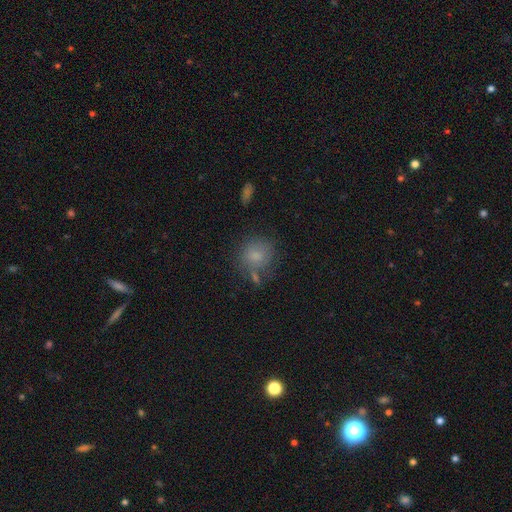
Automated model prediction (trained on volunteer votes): The model was most divided on "merging": none: 63%, minor disturbance: 19%, merger: 10%, major disturbance: 8%. More confident: how rounded — round (79%); smooth or featured — smooth (78%).